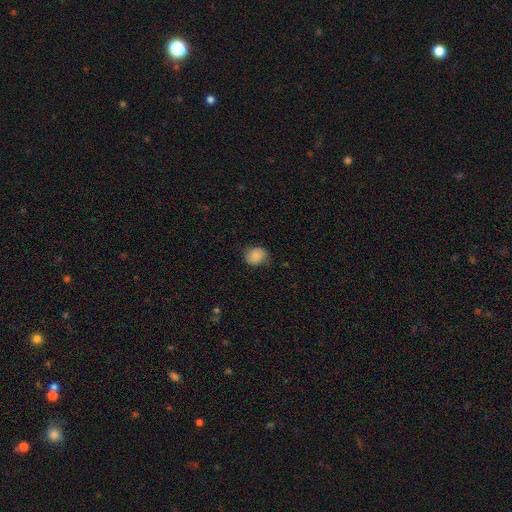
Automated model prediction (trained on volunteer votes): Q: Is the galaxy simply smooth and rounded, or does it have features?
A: smooth — 84%.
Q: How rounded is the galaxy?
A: round — 61%.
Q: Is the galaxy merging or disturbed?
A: none — 72%.